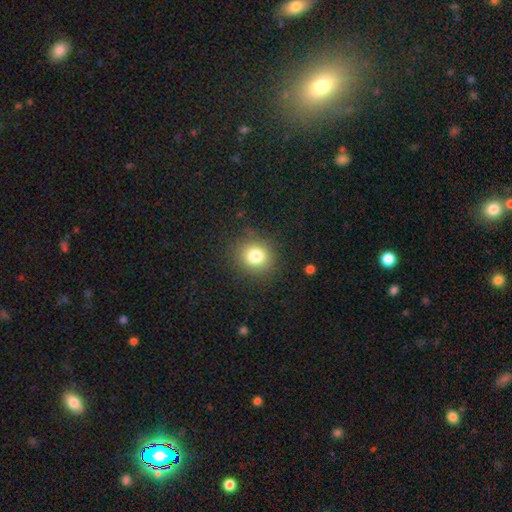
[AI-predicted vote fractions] The model was most divided on "how rounded": round: 81%, in between: 18%, cigar-shaped: 1%. More confident: merging — none (85%); smooth or featured — smooth (80%).